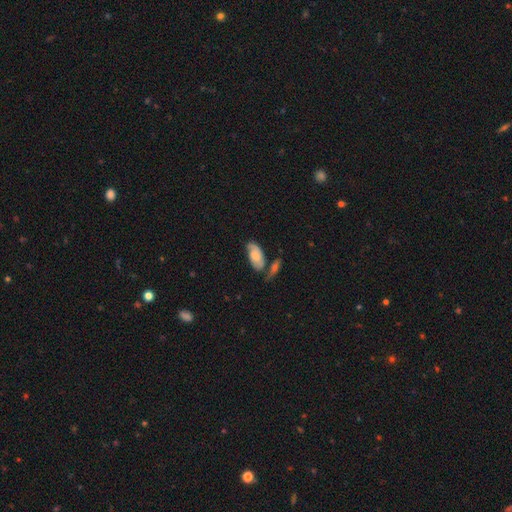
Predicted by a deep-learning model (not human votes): smooth_or_featured: smooth (p=0.57) [alt: featured or disk p=0.37]
how_rounded: in between (p=0.91) [alt: cigar-shaped p=0.06]
merging: none (p=0.51) [alt: minor disturbance p=0.21]